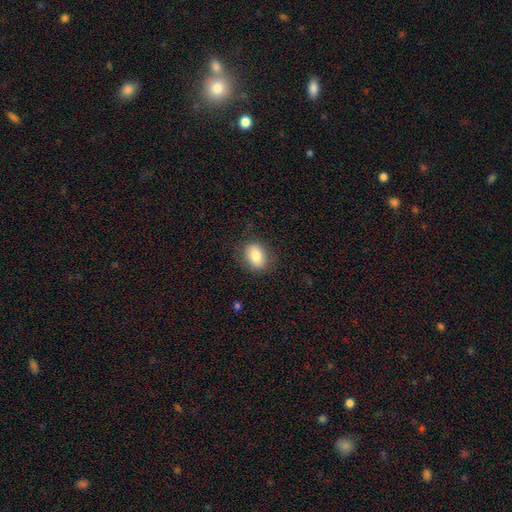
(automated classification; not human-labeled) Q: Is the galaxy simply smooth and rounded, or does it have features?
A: smooth — 81%.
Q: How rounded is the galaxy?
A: in between — 67%.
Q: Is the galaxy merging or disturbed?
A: none — 80%.